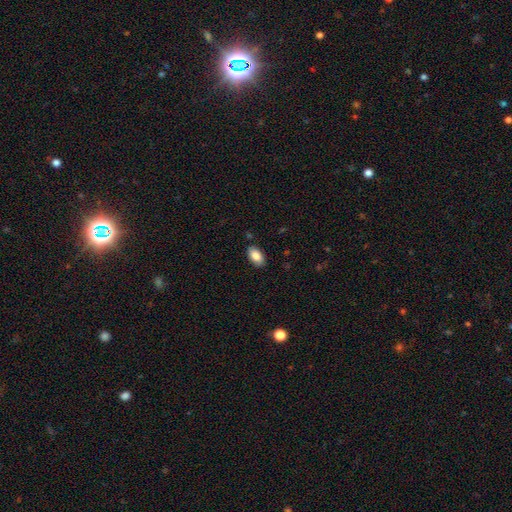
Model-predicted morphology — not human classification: smooth_or_featured: smooth (p=0.86) [alt: featured or disk p=0.07]
how_rounded: in between (p=0.94) [alt: round p=0.04]
merging: none (p=0.86) [alt: minor disturbance p=0.11]